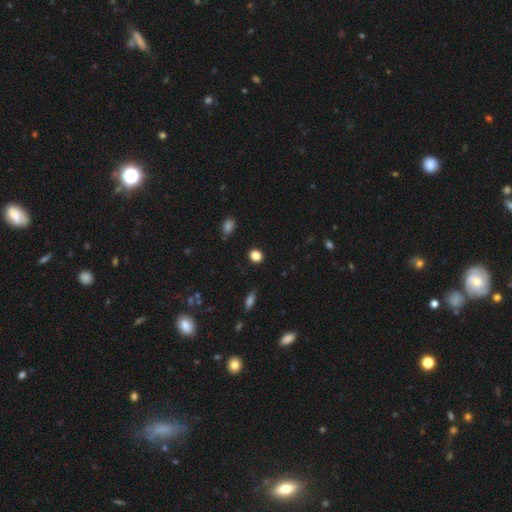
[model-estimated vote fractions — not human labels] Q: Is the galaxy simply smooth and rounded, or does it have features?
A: smooth — 85%.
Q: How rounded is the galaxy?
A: round — 77%.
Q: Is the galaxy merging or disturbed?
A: none — 89%.